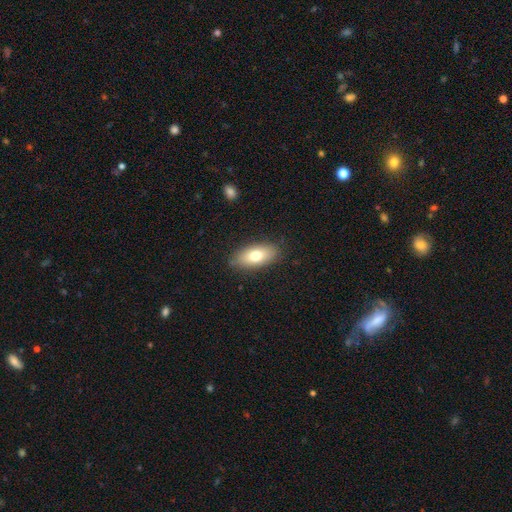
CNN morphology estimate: This is likely a smooth galaxy (74%). How rounded: clearly in between (87%). Merging: clearly none (85%).